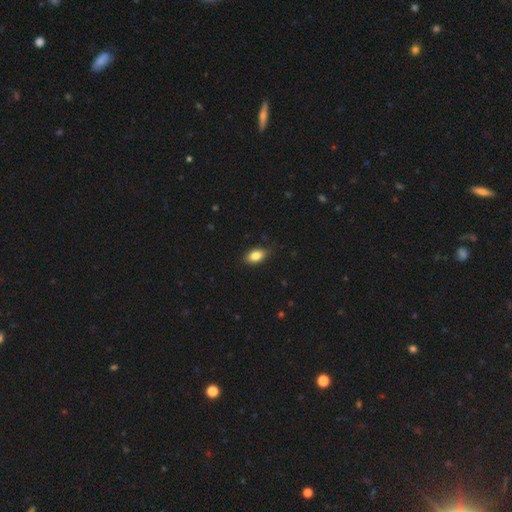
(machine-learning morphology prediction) This is clearly a smooth galaxy (83%). How rounded: clearly in between (88%). Merging: clearly none (84%).